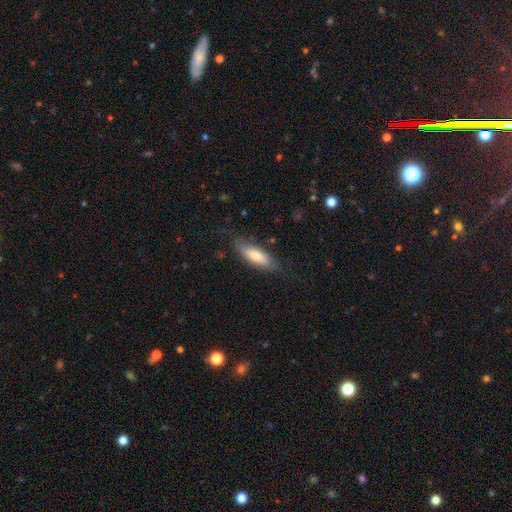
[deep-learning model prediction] Smooth or featured? smooth (69%)
How rounded? in between (55%)
Merging? none (74%)